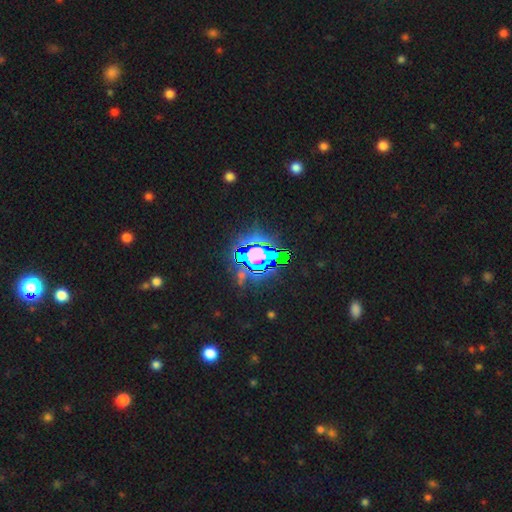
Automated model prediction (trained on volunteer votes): Q: Smooth or featured?
A: star or artifact (73%); runner-up: smooth (14%)